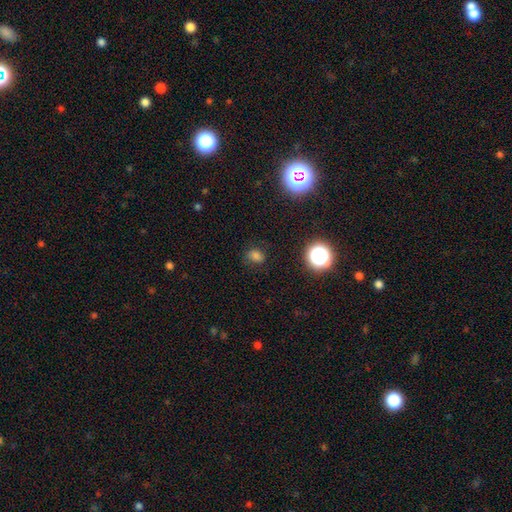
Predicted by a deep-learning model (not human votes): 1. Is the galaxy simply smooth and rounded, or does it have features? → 71% smooth, 22% star or artifact, 6% featured or disk.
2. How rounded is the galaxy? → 51% in between, 48% round, 1% cigar-shaped.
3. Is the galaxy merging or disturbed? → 74% none, 18% minor disturbance, 6% major disturbance, 2% merger.